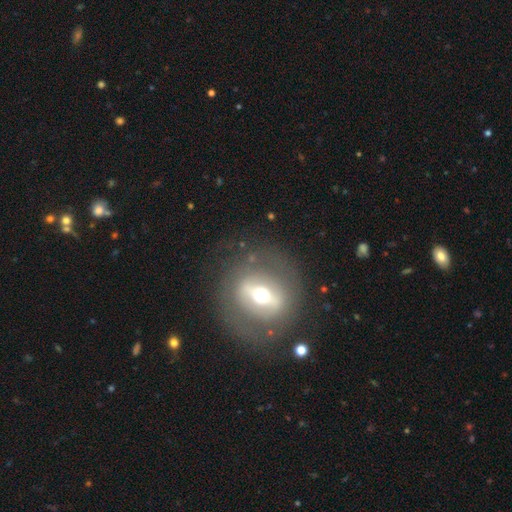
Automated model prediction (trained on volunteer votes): Overall: featured or disk (64%; smooth 26%). Edge-on disk: no (84%). Bar: strong (53%; weak 28%). Spiral arms: no (76%). Bulge size: moderate (65%). Merging: none (79%).